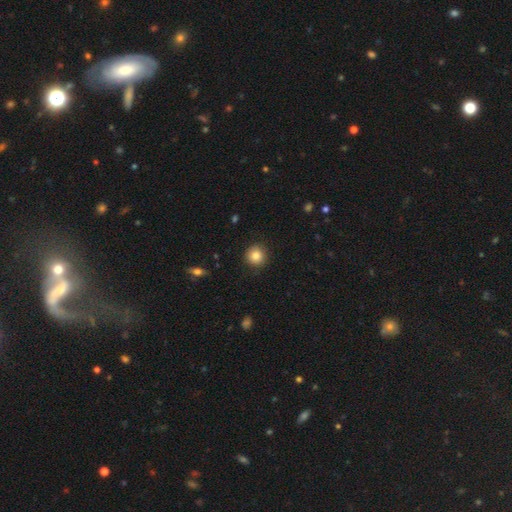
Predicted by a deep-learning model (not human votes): This appears to be a smooth galaxy with no disk features (84%) that is round (93%). Merging: none (90%).